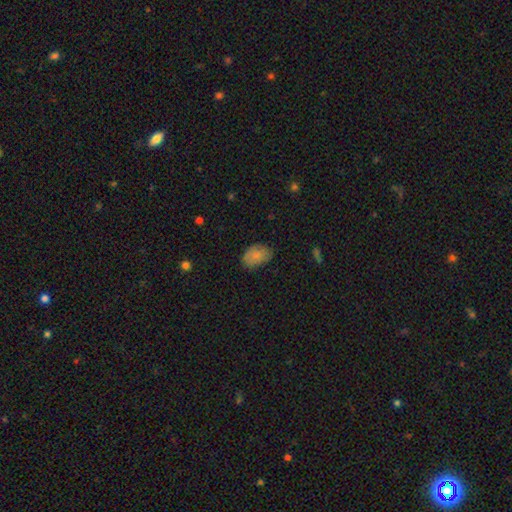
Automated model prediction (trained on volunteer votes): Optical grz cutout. It shows a smooth galaxy with no disk features (82%) that is in between round and cigar-shaped (88%). Merging: none (75%).